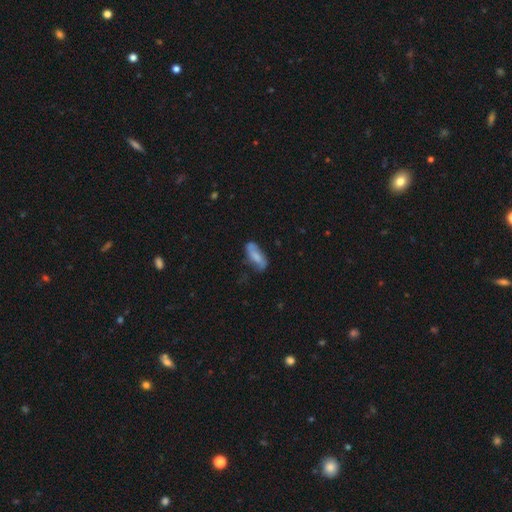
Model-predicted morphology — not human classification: The model was most divided on "smooth or featured": smooth: 59%, featured or disk: 33%, star or artifact: 7%. More confident: how rounded — in between (71%); merging — none (58%).